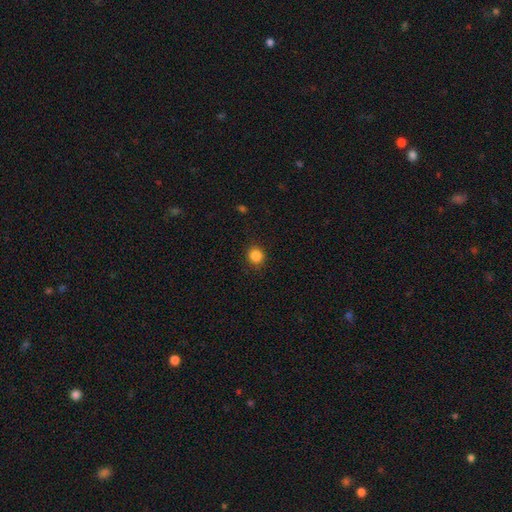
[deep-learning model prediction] Morphology: type=smooth (85%); roundness=round (88%); merging=none (90%).